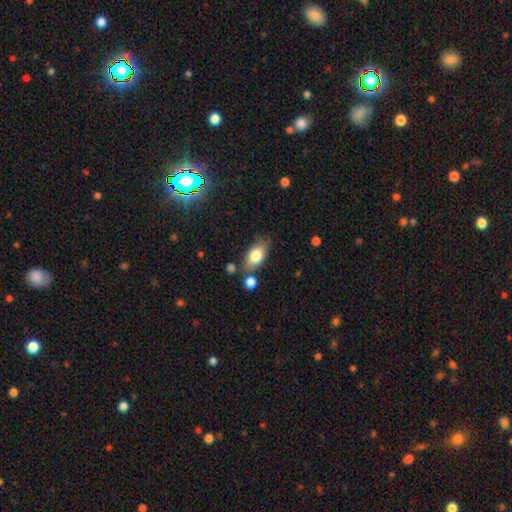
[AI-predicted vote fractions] Overall: smooth (79%). How rounded: in between (90%). Merging: none (70%).